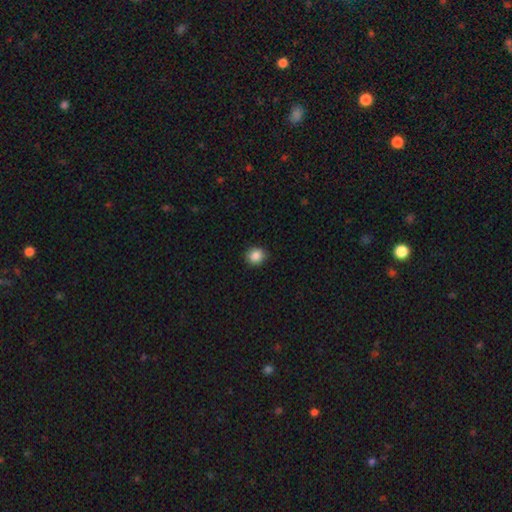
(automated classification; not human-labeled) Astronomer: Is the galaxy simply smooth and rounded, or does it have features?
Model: smooth — 87%.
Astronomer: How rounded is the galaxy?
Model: round — 82%.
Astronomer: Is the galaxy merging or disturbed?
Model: none — 88%.